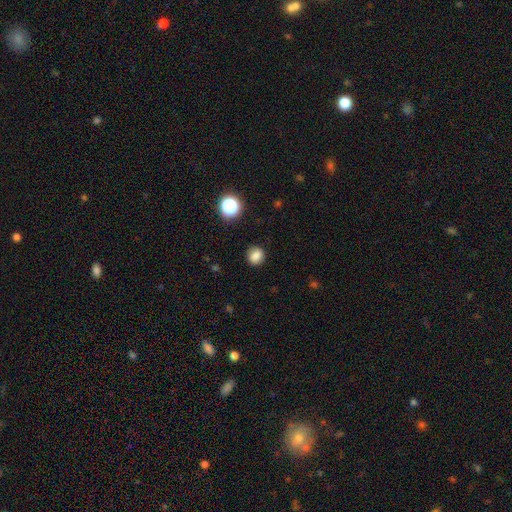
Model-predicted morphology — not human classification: type=smooth (83%); roundness=round (79%); merging=none (87%).